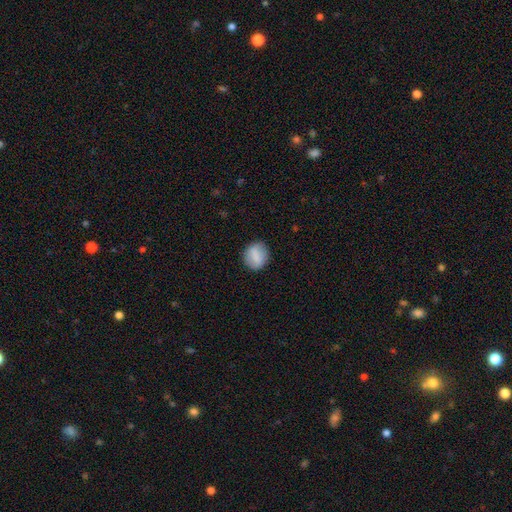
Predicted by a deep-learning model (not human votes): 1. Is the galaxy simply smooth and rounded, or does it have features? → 74% smooth, 19% featured or disk, 7% star or artifact.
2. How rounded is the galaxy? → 62% round, 36% in between, 2% cigar-shaped.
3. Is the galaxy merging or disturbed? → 86% none, 10% minor disturbance, 3% major disturbance, 1% merger.